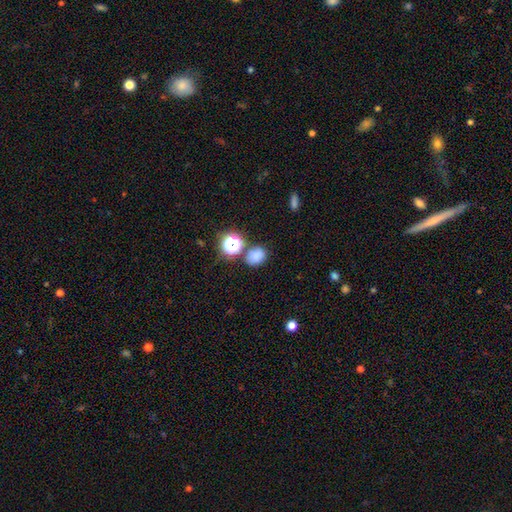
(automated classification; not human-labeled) Smooth or featured: smooth — 75% (star or artifact — 19%)
How rounded: round — 50% (in between — 49%)
Merging: none — 67% (merger — 15%)